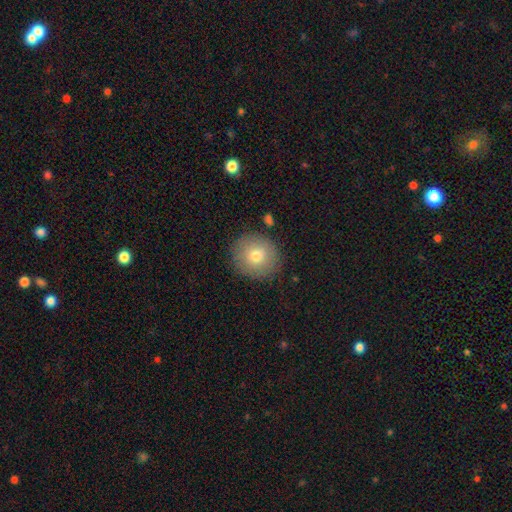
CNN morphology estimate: Smooth or featured? smooth (76%)
How rounded? round (90%)
Merging? none (87%)